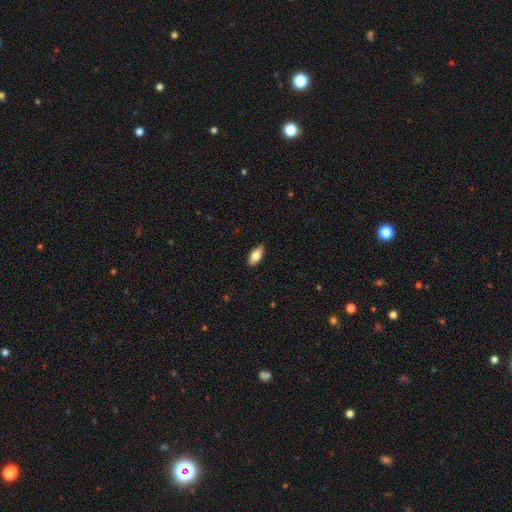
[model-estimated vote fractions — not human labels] Smooth or featured: smooth — 78% (featured or disk — 16%)
How rounded: in between — 87% (cigar-shaped — 11%)
Merging: none — 88% (minor disturbance — 9%)